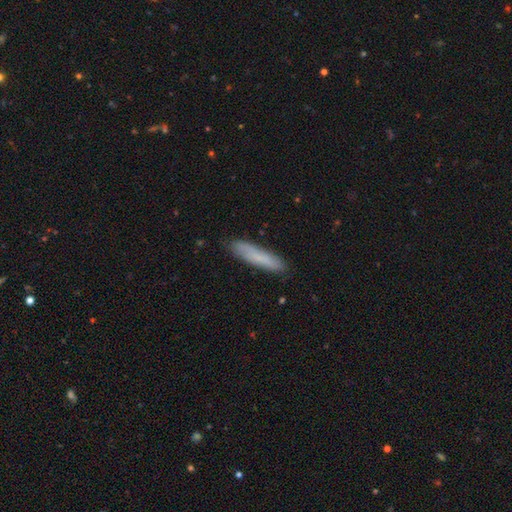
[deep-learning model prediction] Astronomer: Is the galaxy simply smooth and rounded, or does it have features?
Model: smooth — 76%.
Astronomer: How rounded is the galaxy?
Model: cigar-shaped — 86%.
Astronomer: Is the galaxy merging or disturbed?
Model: none — 85%.